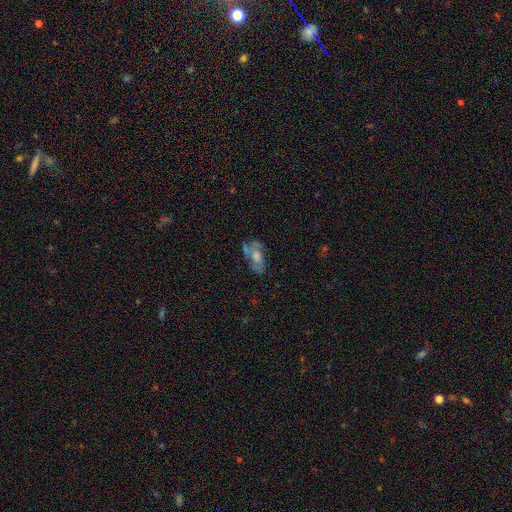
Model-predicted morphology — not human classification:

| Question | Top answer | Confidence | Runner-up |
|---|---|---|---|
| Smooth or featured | featured or disk | 52% | smooth (39%) |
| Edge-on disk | no | 91% | yes (9%) |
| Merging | none | 48% | minor disturbance (26%) |